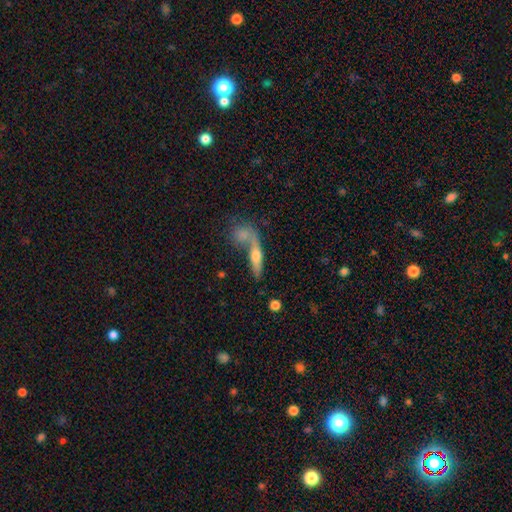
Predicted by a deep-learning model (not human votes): This appears to be a featured or disk galaxy (53%) viewed edge-on (86%). Merging: none (52%).